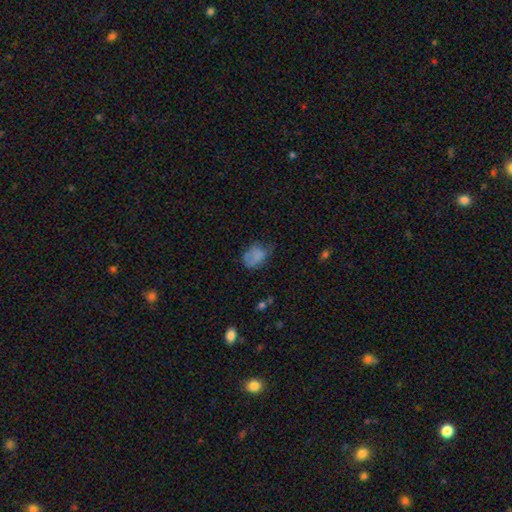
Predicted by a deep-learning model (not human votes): Q: Smooth or featured?
A: smooth (75%); runner-up: featured or disk (14%)
Q: How rounded?
A: in between (71%); runner-up: round (28%)
Q: Merging?
A: none (43%); runner-up: minor disturbance (36%)